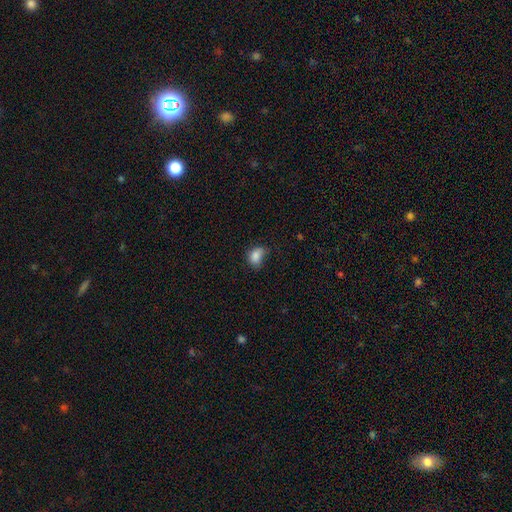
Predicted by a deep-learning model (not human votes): Smooth or featured?
  - smooth: 83% *
  - star or artifact: 10%
  - featured or disk: 7%
How rounded?
  - in between: 67% *
  - round: 32%
  - cigar-shaped: 1%
Merging?
  - none: 46% *
  - minor disturbance: 38%
  - major disturbance: 13%
  - merger: 3%